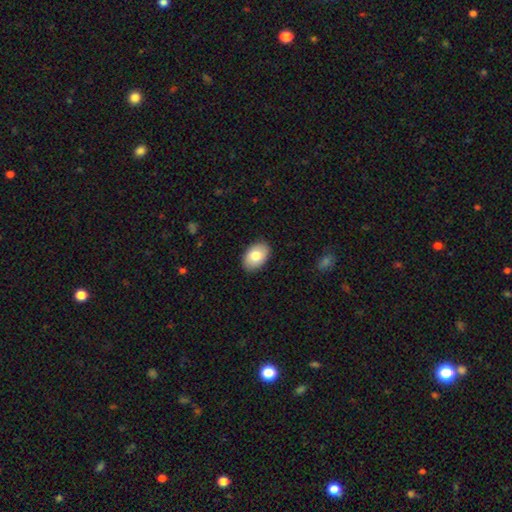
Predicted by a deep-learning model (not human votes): Q: Smooth or featured?
A: smooth (80%); runner-up: featured or disk (13%)
Q: How rounded?
A: in between (87%); runner-up: round (12%)
Q: Merging?
A: none (89%); runner-up: minor disturbance (9%)